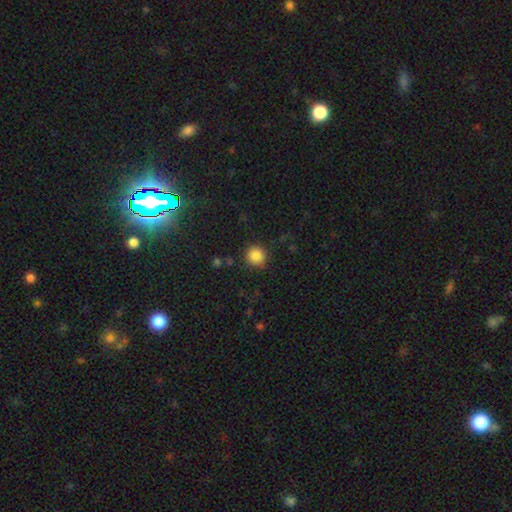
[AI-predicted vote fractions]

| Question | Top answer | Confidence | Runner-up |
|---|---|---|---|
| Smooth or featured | smooth | 85% | star or artifact (11%) |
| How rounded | round | 93% | in between (6%) |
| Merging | none | 86% | minor disturbance (9%) |